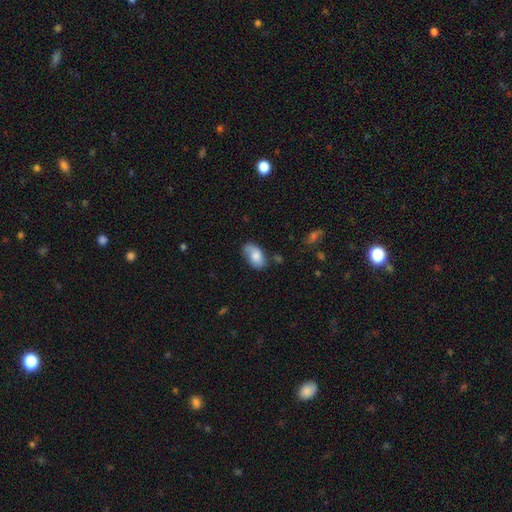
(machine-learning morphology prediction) This appears to be a smooth galaxy with no disk features (74%) that is in between round and cigar-shaped (93%). Merging: none (57%).